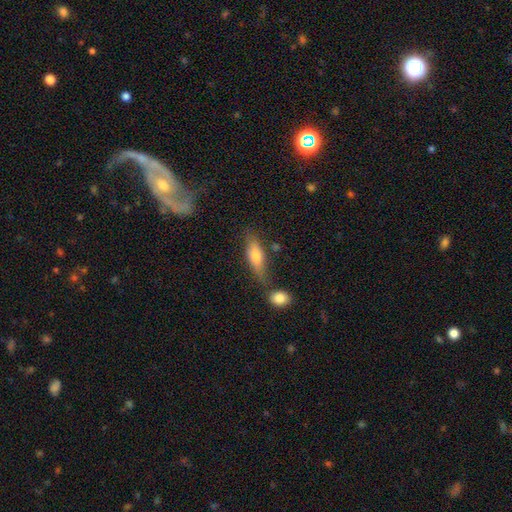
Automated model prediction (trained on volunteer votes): Morphology: type=smooth (61%); roundness=in between (50%); merging=none (63%).